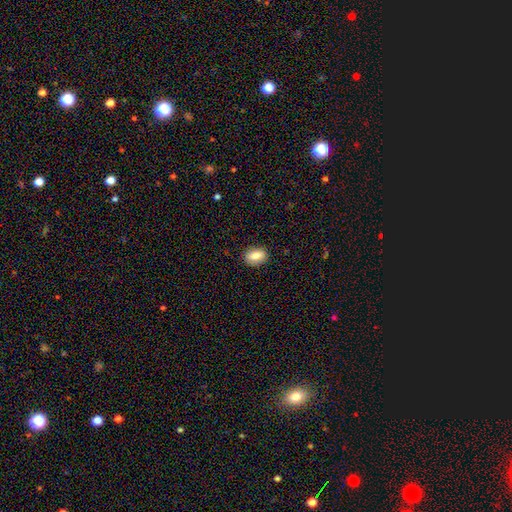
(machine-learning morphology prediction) This is clearly a smooth galaxy (82%). How rounded: clearly in between (80%). Merging: clearly none (88%).